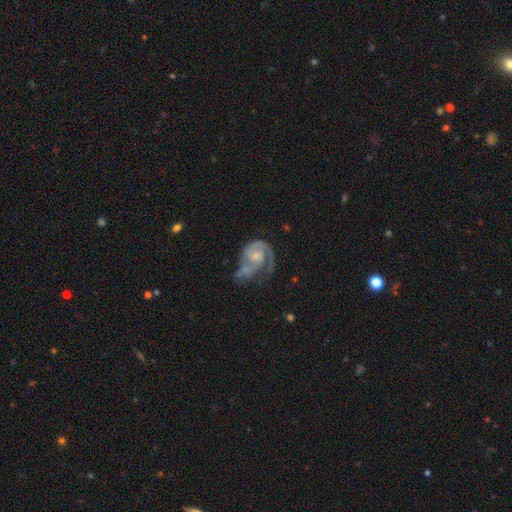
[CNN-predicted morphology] This is clearly a featured or disk galaxy (85%). It is clearly not viewed edge-on (98%). Bar: likely no (65%). Spiral arm pattern: clearly yes (95%). Spiral arm count: possibly 2 (56%). Spiral winding: possibly tight (47%). Central bulge: marginally small (42%). Merging: marginally none (37%).